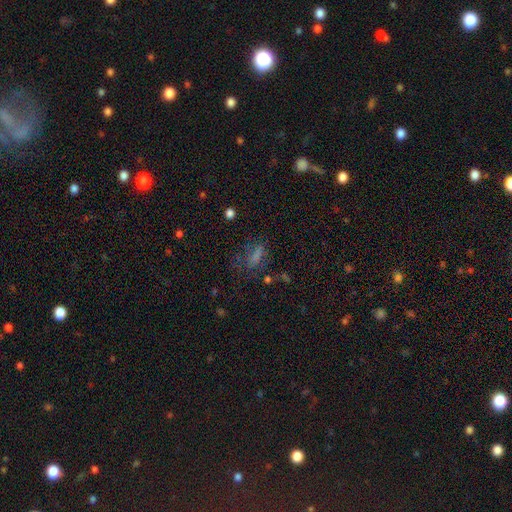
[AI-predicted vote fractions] smooth-or-featured: smooth: 60% | star or artifact: 22% | featured or disk: 18%
  how-rounded: in between: 69% | cigar-shaped: 19% | round: 12%
  merging: none: 49% | major disturbance: 24% | minor disturbance: 22% | merger: 4%